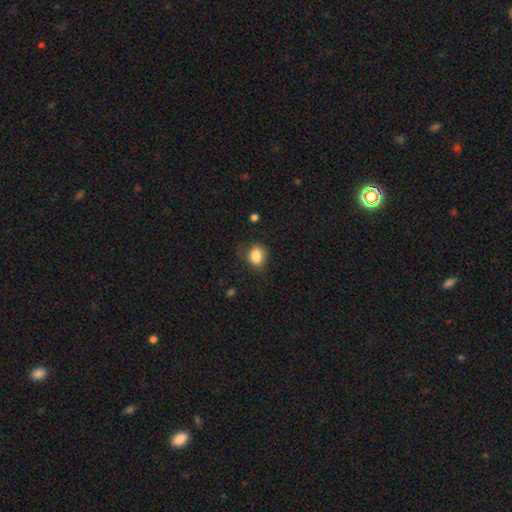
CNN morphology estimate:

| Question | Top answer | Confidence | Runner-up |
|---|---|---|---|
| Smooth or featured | smooth | 85% | star or artifact (9%) |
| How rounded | in between | 56% | round (43%) |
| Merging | none | 62% | minor disturbance (26%) |